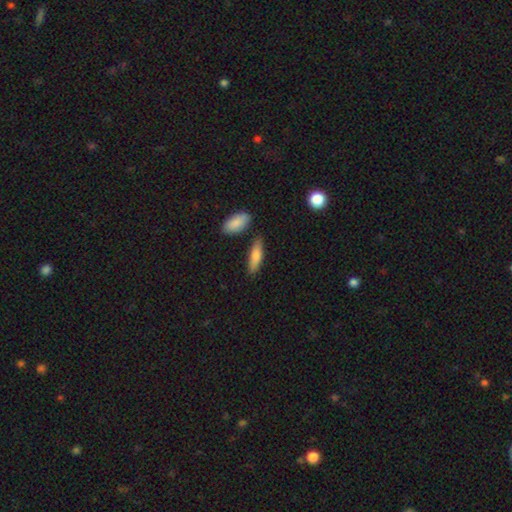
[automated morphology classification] Smooth or featured: smooth — 78% (featured or disk — 16%)
How rounded: cigar-shaped — 57% (in between — 40%)
Merging: none — 79% (minor disturbance — 12%)